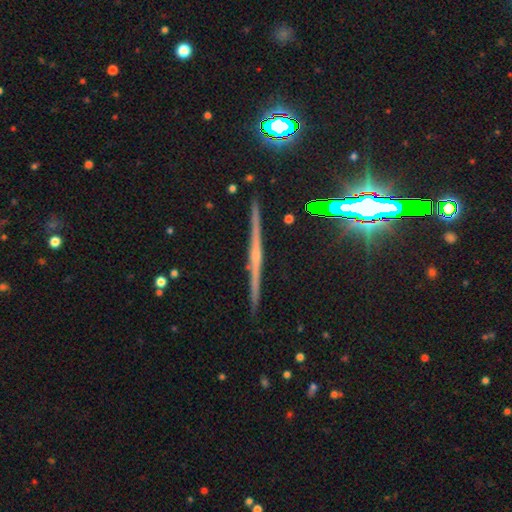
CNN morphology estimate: A featured or disk galaxy (71%) viewed edge-on (98%) with a rounded central bulge (56%).

Vote fractions:
- Smooth or featured? featured or disk: 71% / star or artifact: 15% / smooth: 13%
- Edge-on disk? yes: 98% / no: 2%
- Edge-on bulge? rounded: 56% / none: 33% / boxy: 11%
- Merging? none: 91% / minor disturbance: 6% / major disturbance: 1% / merger: 1%